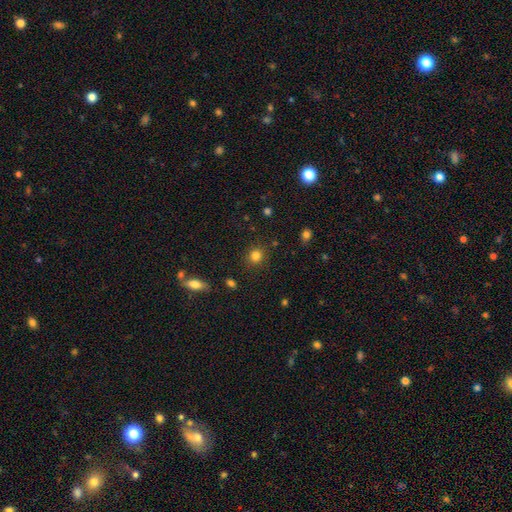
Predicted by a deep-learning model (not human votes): Morphology: type=smooth (82%); roundness=round (86%); merging=none (88%).